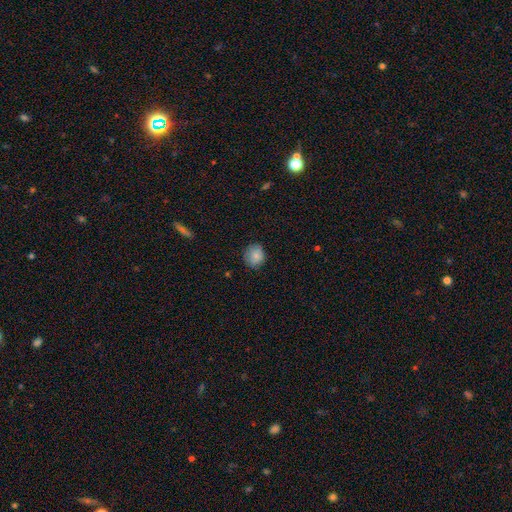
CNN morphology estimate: Smooth or featured? smooth (83%)
How rounded? round (72%)
Merging? none (77%)